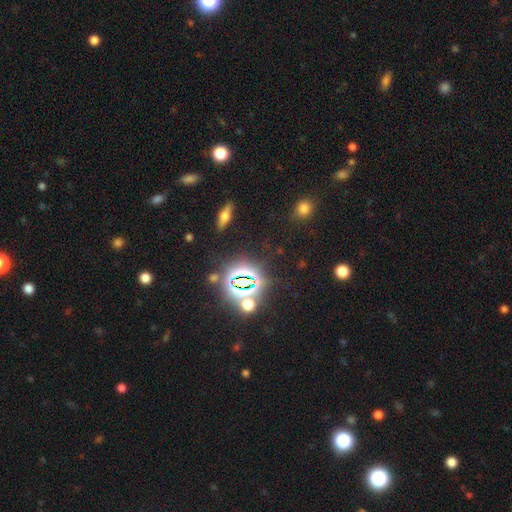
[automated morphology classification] This appears to be a star or artifact, not a galaxy (78%).